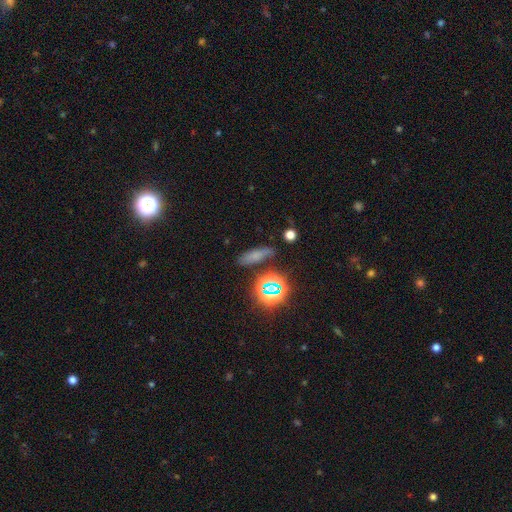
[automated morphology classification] Q: Smooth or featured?
A: smooth (60%); runner-up: star or artifact (25%)
Q: How rounded?
A: cigar-shaped (52%); runner-up: in between (38%)
Q: Merging?
A: none (78%); runner-up: minor disturbance (14%)